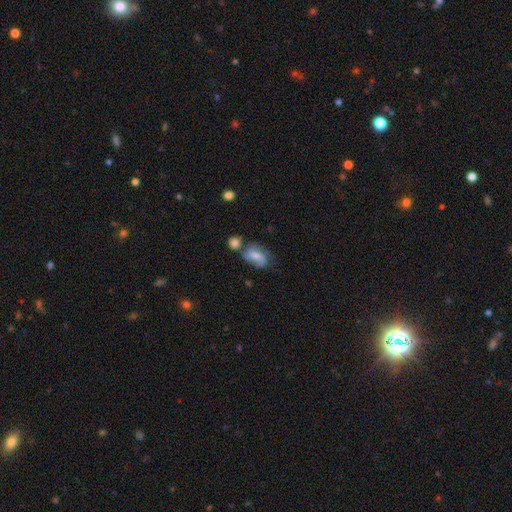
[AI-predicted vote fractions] Morphology: type=featured or disk (60%); edge-on=no (96%); bar=weak (45%); spiral arms=yes (88%); winding=medium (46%); arm count=2 (74%); bulge=moderate (54%); merging=none (57%).